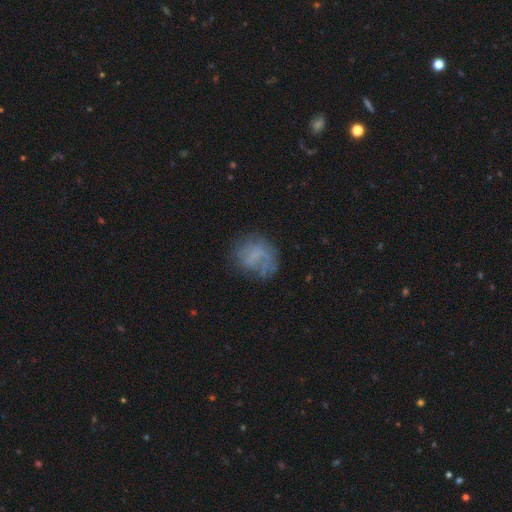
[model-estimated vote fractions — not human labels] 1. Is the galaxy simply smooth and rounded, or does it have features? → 44% smooth, 42% featured or disk, 14% star or artifact.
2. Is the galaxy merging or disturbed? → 57% none, 21% minor disturbance, 20% major disturbance, 2% merger.